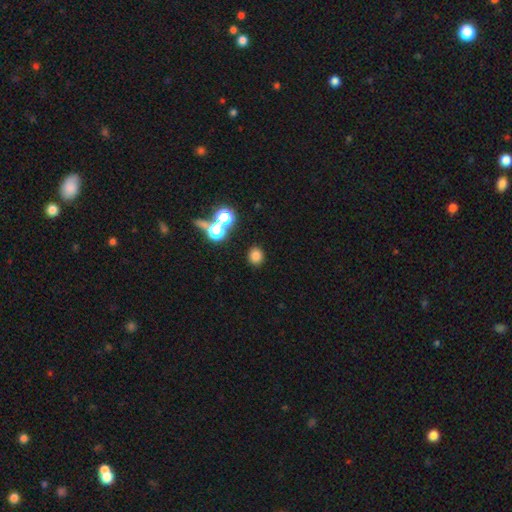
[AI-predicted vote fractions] smooth_or_featured: smooth (p=0.77) [alt: star or artifact p=0.17]
how_rounded: round (p=0.81) [alt: in between p=0.18]
merging: none (p=0.86) [alt: minor disturbance p=0.06]